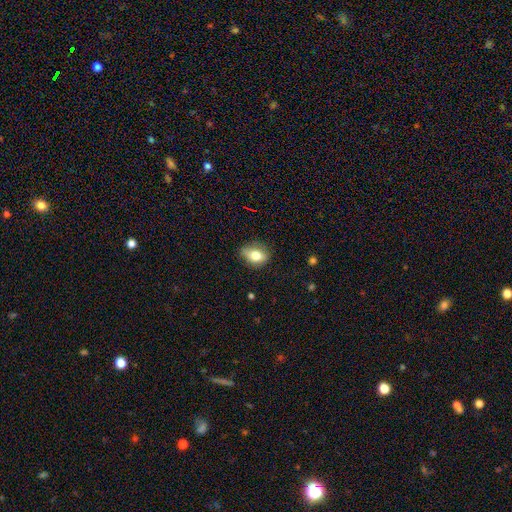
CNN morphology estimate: smooth-or-featured: smooth: 71% | featured or disk: 20% | star or artifact: 9%
  how-rounded: in between: 66% | round: 32% | cigar-shaped: 3%
  merging: none: 69% | minor disturbance: 24% | major disturbance: 6% | merger: 2%